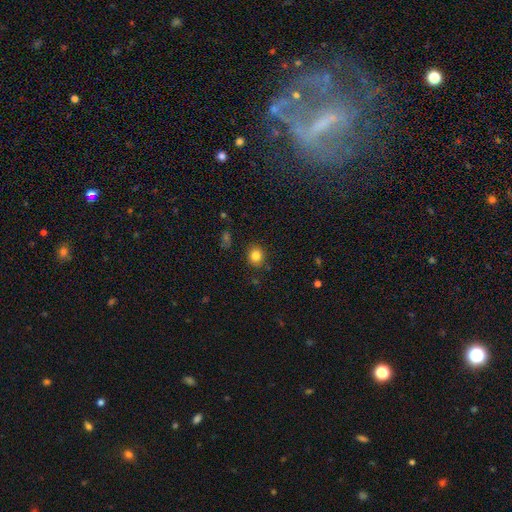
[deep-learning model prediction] The model was most divided on "how rounded": round: 80%, in between: 19%, cigar-shaped: 1%. More confident: merging — none (87%); smooth or featured — smooth (83%).